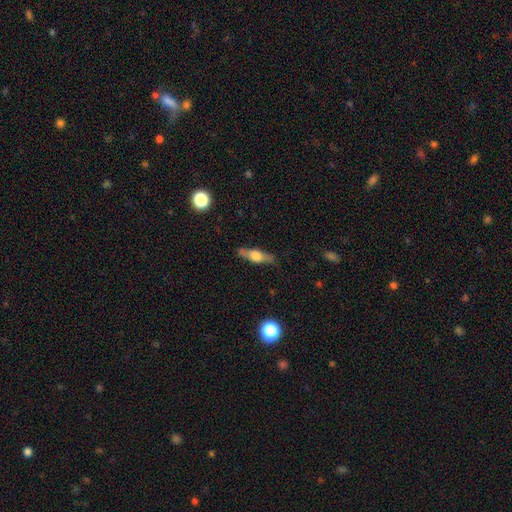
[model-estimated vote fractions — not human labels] This appears to be a featured or disk galaxy (48%). Merging: none (78%).